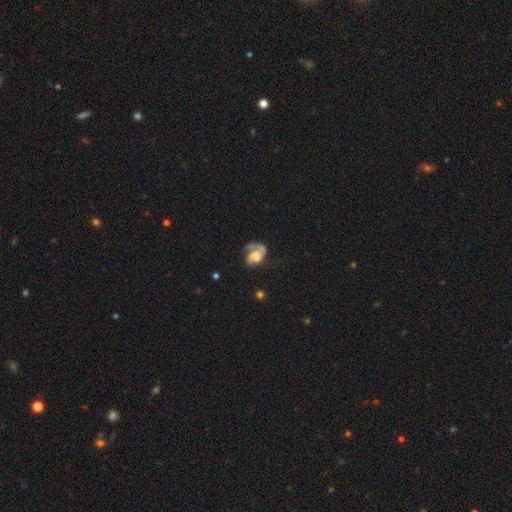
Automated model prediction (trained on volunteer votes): Overall: featured or disk (67%). Edge-on disk: no (98%). Bar: no (69%). Spiral arms: yes (85%). Spiral arm count: 1 (49%; 2 38%). Spiral winding: medium (42%; tight 31%). Bulge size: large (38%; moderate 31%). Merging: none (37%; major disturbance 35%).